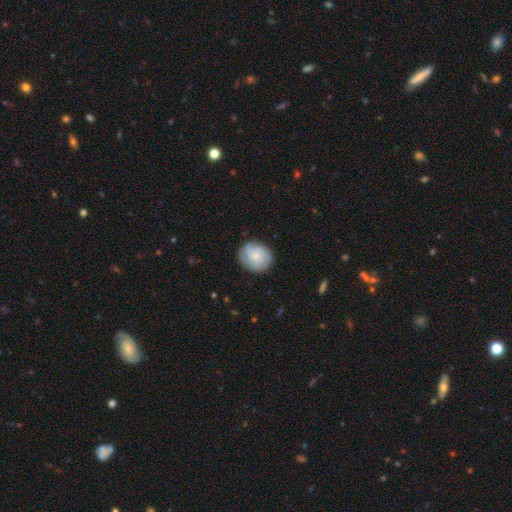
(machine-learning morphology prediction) Smooth or featured? featured or disk (50%)
Merging? none (82%)